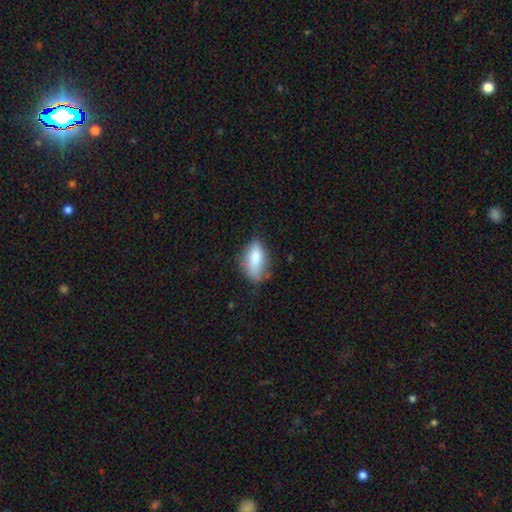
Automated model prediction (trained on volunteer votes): smooth-or-featured: smooth: 77% | featured or disk: 15% | star or artifact: 8%
  how-rounded: in between: 86% | cigar-shaped: 10% | round: 4%
  merging: none: 54% | minor disturbance: 35% | major disturbance: 9% | merger: 2%